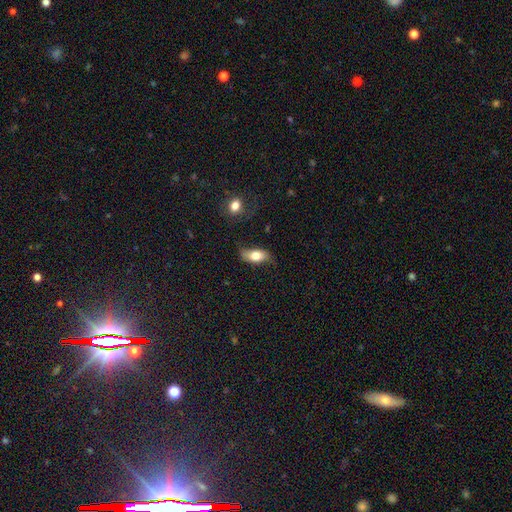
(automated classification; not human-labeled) Q: Smooth or featured?
A: smooth (67%); runner-up: featured or disk (26%)
Q: How rounded?
A: in between (85%); runner-up: cigar-shaped (10%)
Q: Merging?
A: none (63%); runner-up: minor disturbance (25%)